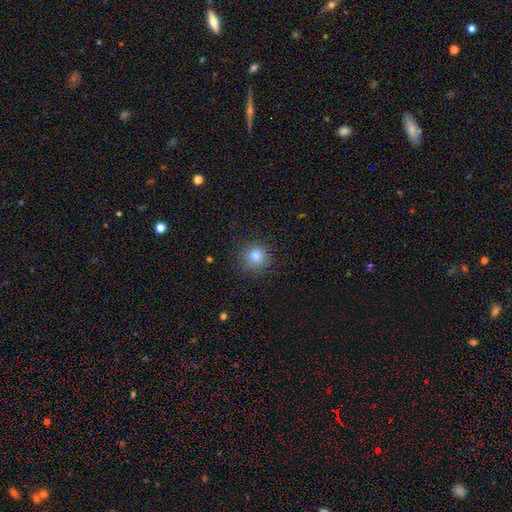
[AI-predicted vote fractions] This appears to be a smooth galaxy with no disk features (83%) that is round (93%). Merging: none (88%).